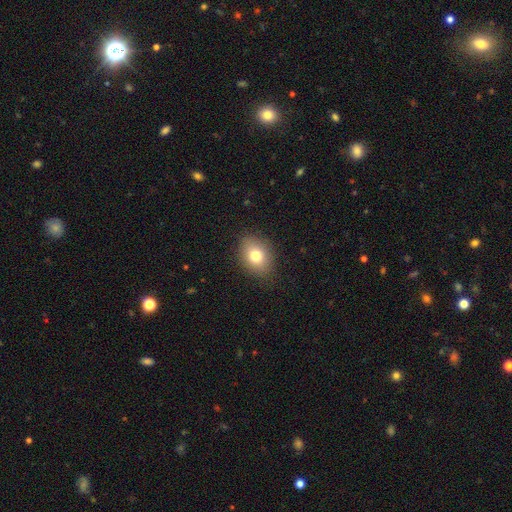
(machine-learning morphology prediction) A smooth galaxy with no disk features (78%) that is in between round and cigar-shaped (67%).

Vote fractions:
- Smooth or featured? smooth: 78% / featured or disk: 12% / star or artifact: 10%
- How rounded? in between: 67% / round: 32% / cigar-shaped: 1%
- Merging? none: 85% / minor disturbance: 11% / major disturbance: 3% / merger: 1%